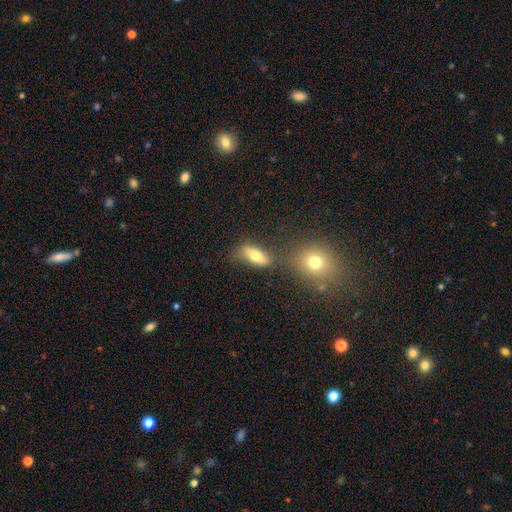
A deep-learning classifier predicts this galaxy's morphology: Smooth or featured? smooth (64%)
How rounded? in between (65%)
Merging? none (64%)